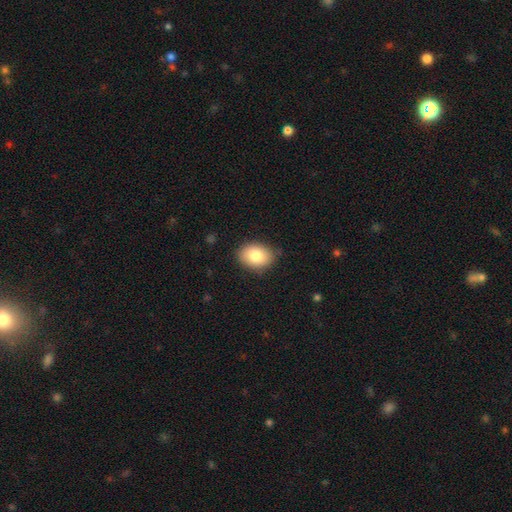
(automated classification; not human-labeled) Morphology: type=smooth (82%); roundness=in between (76%); merging=none (83%).